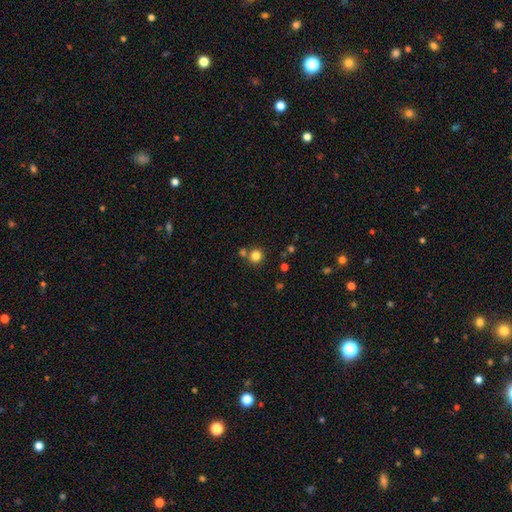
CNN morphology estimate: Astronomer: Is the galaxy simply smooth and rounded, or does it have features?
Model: smooth — 81%.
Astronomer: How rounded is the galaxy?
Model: round — 93%.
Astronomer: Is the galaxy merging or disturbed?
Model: none — 74%.